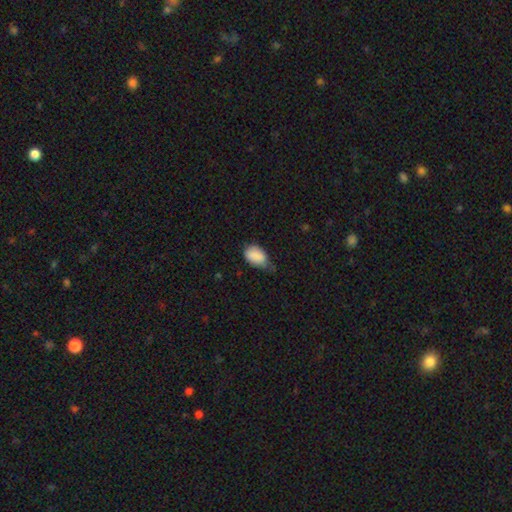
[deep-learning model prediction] Smooth or featured?
  - smooth: 87% *
  - star or artifact: 7%
  - featured or disk: 5%
How rounded?
  - in between: 86% *
  - round: 13%
  - cigar-shaped: 1%
Merging?
  - minor disturbance: 49% *
  - none: 34%
  - major disturbance: 14%
  - merger: 3%